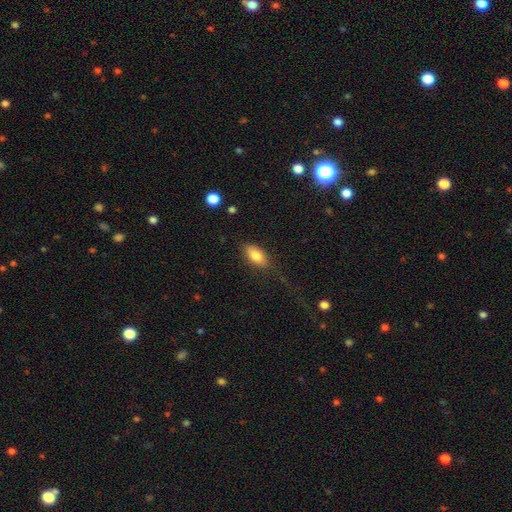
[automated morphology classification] Smooth or featured: smooth — 81% (featured or disk — 12%)
How rounded: in between — 89% (cigar-shaped — 8%)
Merging: none — 69% (minor disturbance — 19%)